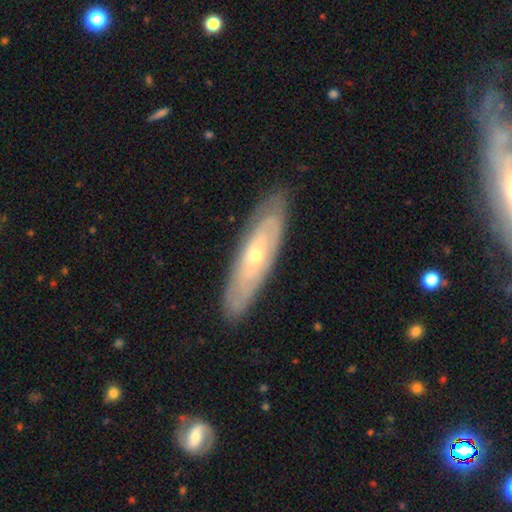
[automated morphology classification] Smooth or featured: featured or disk — 70% (smooth — 24%)
Edge-on disk: no — 68% (yes — 32%)
Merging: none — 85% (minor disturbance — 12%)